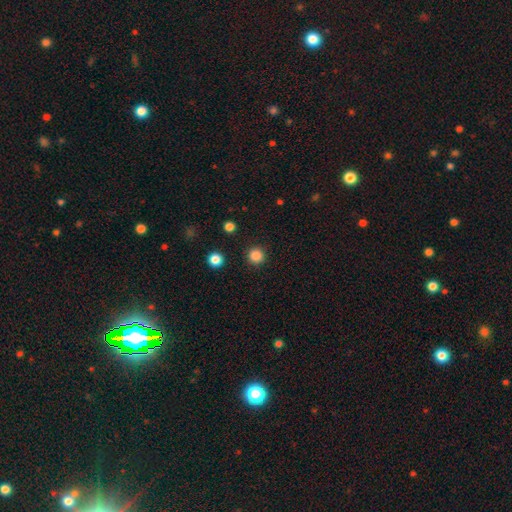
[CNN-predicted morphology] smooth 85%, star or artifact 12%, featured or disk 3%. Down the decision tree: how rounded — round (96%); merging — none (92%).